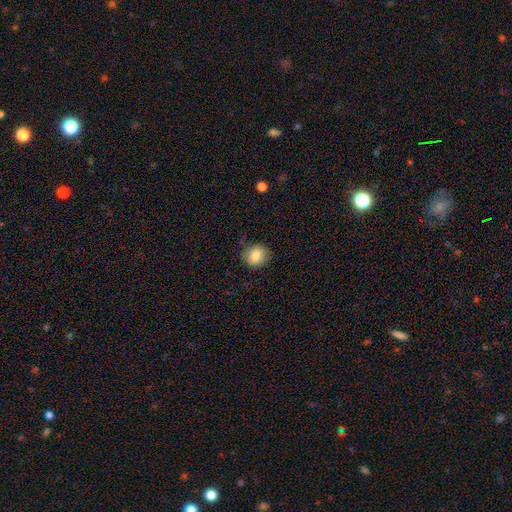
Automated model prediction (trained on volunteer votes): Morphology: type=smooth (82%); roundness=round (74%); merging=none (82%).